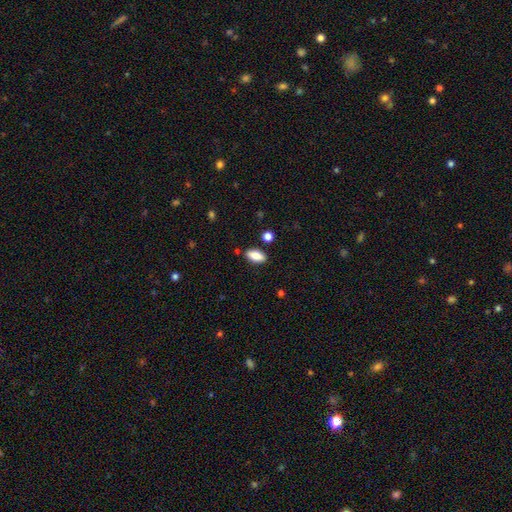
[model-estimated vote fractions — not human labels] A smooth galaxy with no disk features (82%) that is in between round and cigar-shaped (88%). Merging: none (85%).